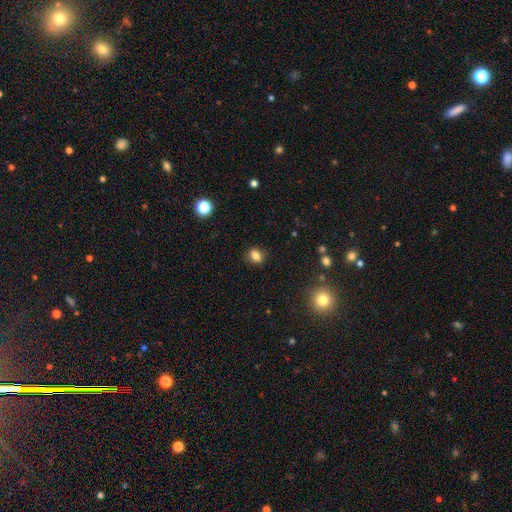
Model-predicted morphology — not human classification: Q: Smooth or featured?
A: smooth (81%); runner-up: star or artifact (12%)
Q: How rounded?
A: in between (58%); runner-up: round (40%)
Q: Merging?
A: none (83%); runner-up: minor disturbance (12%)